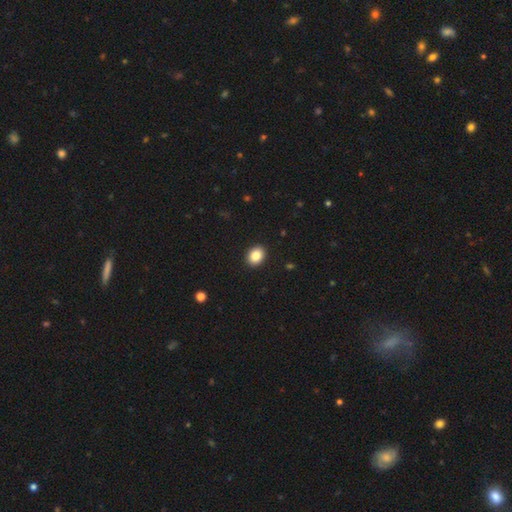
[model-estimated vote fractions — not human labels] Smooth or featured: smooth — 86% (star or artifact — 9%)
How rounded: in between — 57% (round — 42%)
Merging: none — 91% (minor disturbance — 6%)